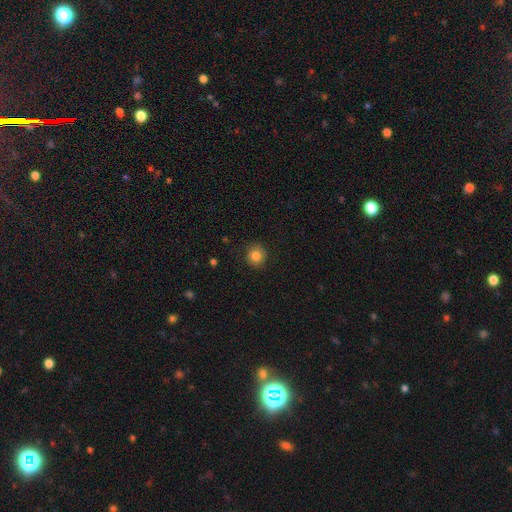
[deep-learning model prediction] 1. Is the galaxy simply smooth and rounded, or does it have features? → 84% smooth, 11% star or artifact, 6% featured or disk.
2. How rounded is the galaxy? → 91% round, 8% in between, 1% cigar-shaped.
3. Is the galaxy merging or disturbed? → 88% none, 8% minor disturbance, 2% major disturbance, 1% merger.